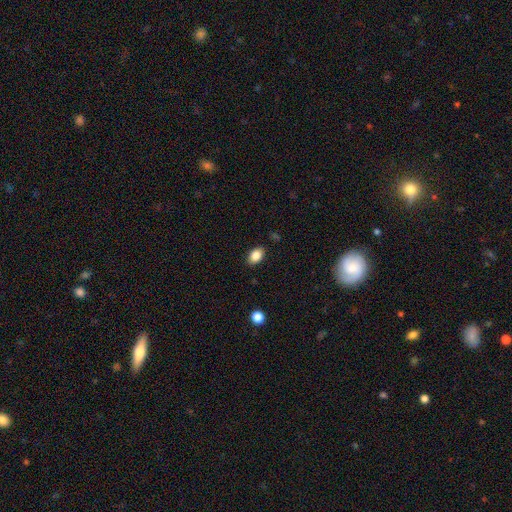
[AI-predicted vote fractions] Smooth or featured: smooth — 86% (star or artifact — 9%)
How rounded: in between — 85% (round — 14%)
Merging: none — 86% (minor disturbance — 10%)